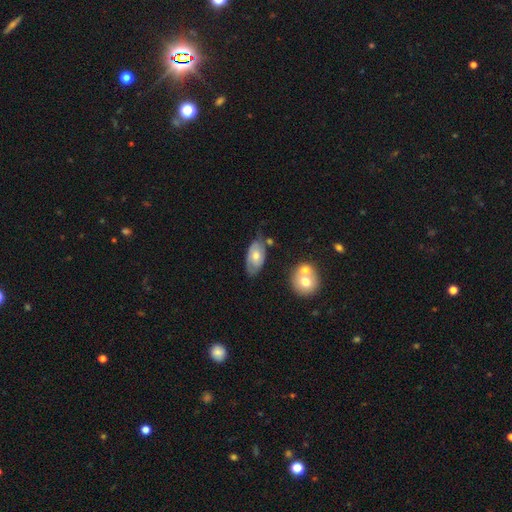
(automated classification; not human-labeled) Smooth or featured? featured or disk (48%)
Merging? none (56%)